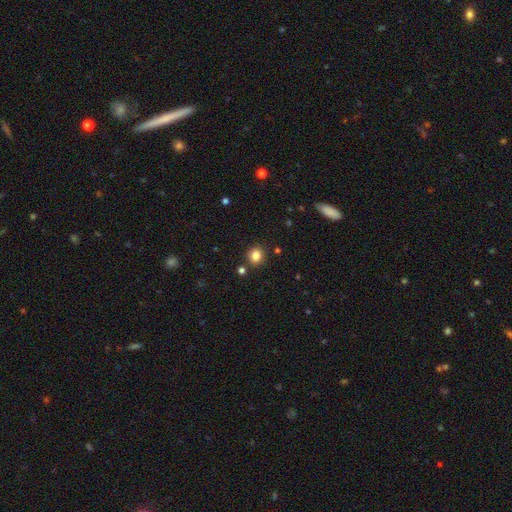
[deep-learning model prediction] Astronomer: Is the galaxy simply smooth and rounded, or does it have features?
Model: smooth — 83%.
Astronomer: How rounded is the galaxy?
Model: round — 79%.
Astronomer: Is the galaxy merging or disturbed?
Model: none — 86%.